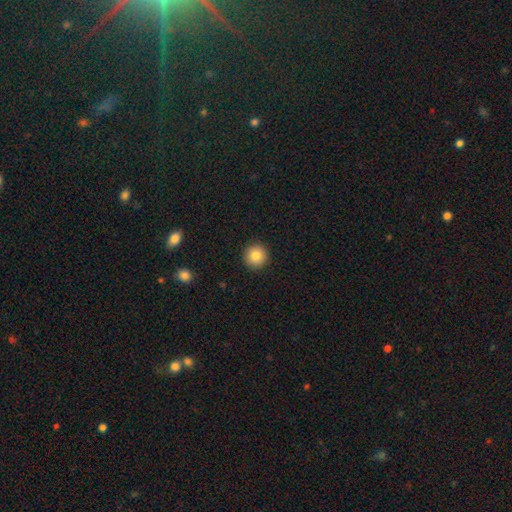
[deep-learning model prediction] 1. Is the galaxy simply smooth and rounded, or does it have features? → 83% smooth, 10% star or artifact, 7% featured or disk.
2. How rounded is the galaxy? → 96% round, 4% in between, 1% cigar-shaped.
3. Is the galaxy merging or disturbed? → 93% none, 5% minor disturbance, 2% major disturbance, 1% merger.